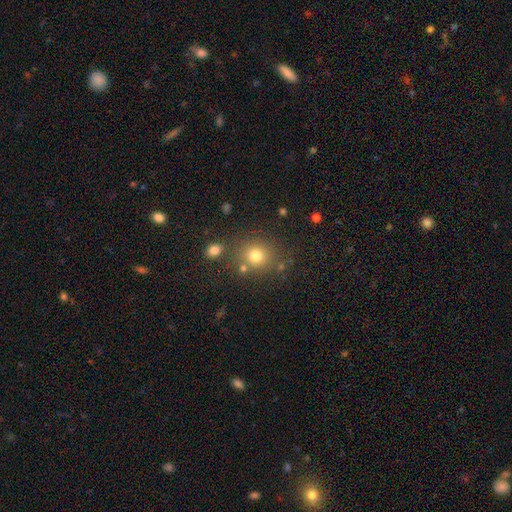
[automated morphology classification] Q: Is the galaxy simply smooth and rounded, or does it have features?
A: smooth — 76%.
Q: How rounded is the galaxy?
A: round — 84%.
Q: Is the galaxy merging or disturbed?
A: none — 75%.